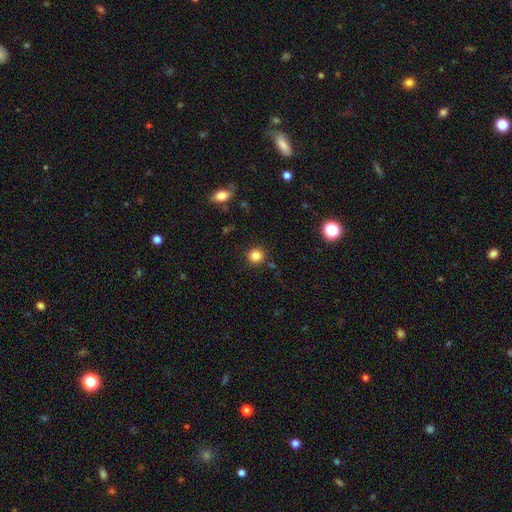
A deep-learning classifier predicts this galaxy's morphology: This appears to be a smooth galaxy with no disk features (84%) that is round (92%). Merging: none (87%).